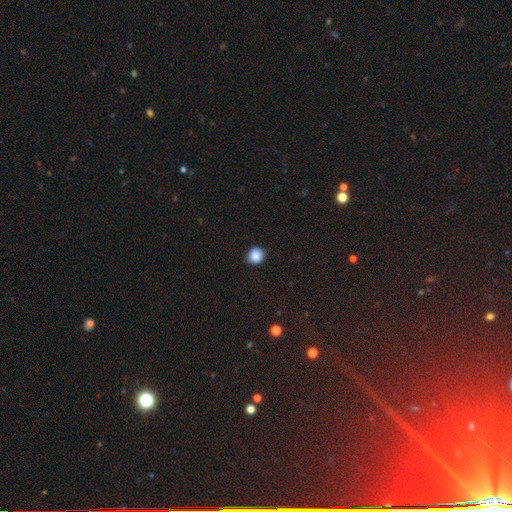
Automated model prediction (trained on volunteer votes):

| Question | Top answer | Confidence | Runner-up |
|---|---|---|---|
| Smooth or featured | smooth | 87% | star or artifact (10%) |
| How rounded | round | 90% | in between (9%) |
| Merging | none | 91% | minor disturbance (6%) |